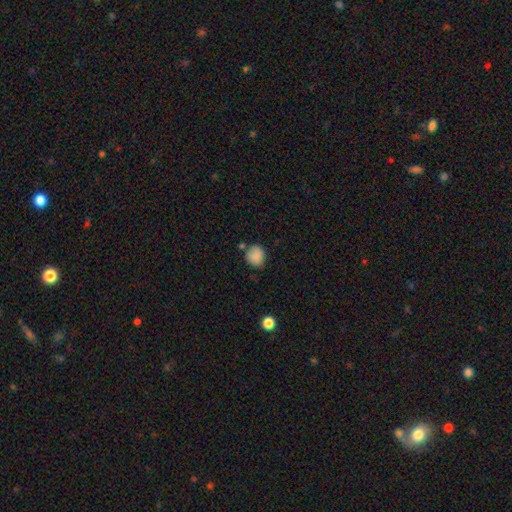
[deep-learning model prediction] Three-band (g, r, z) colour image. It shows a smooth galaxy with no disk features (86%) that is round (74%). Merging: none (68%).